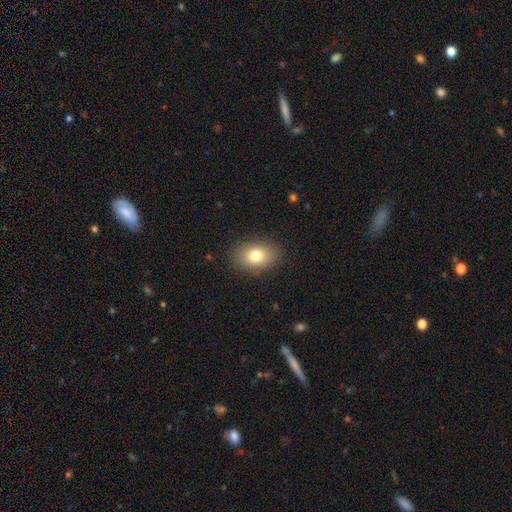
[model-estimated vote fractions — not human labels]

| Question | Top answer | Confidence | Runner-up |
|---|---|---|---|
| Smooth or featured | smooth | 79% | featured or disk (11%) |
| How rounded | in between | 79% | round (20%) |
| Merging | none | 86% | minor disturbance (10%) |